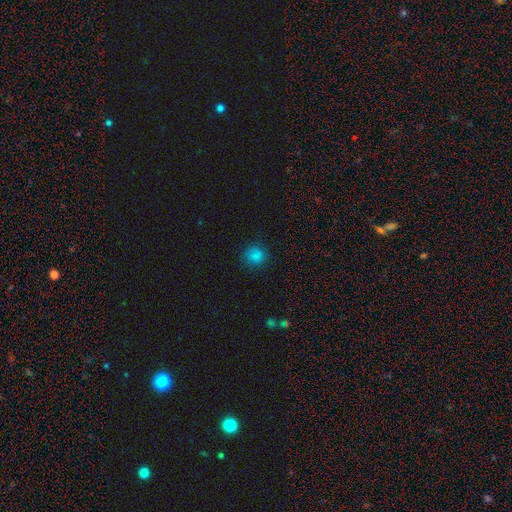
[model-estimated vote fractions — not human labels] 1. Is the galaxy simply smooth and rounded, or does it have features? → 82% smooth, 13% star or artifact, 4% featured or disk.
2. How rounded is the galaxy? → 90% round, 9% in between, 1% cigar-shaped.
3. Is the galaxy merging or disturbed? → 85% none, 11% minor disturbance, 3% major disturbance, 1% merger.